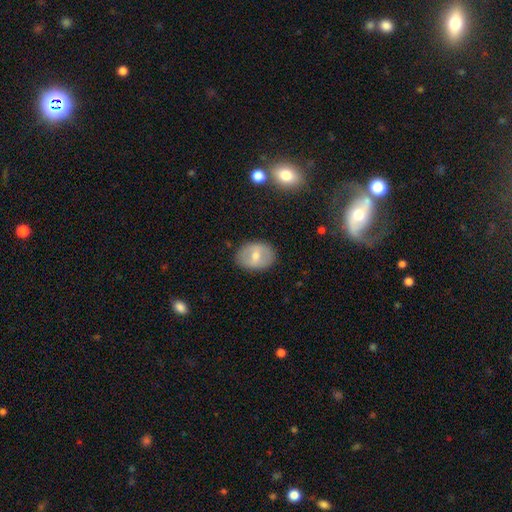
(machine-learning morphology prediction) smooth 51%, featured or disk 43%, star or artifact 7%. Down the decision tree: how rounded — in between (66%); merging — none (85%).